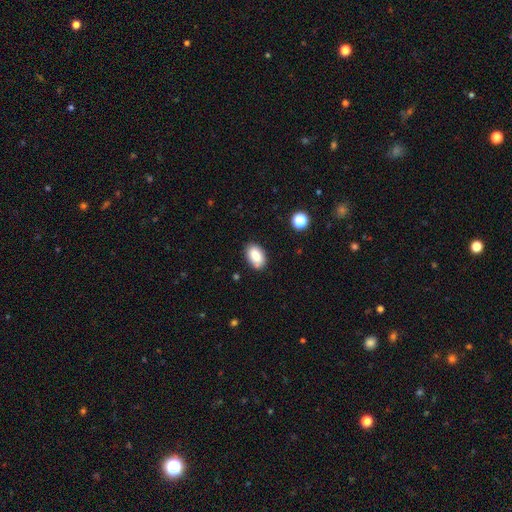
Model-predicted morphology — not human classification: The model was most divided on "merging": none: 83%, minor disturbance: 13%, major disturbance: 2%, merger: 2%. More confident: how rounded — in between (91%); smooth or featured — smooth (85%).